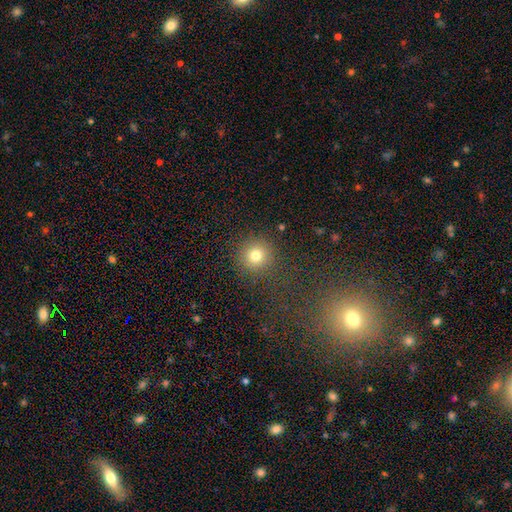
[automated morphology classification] Q: Smooth or featured?
A: smooth (78%); runner-up: star or artifact (15%)
Q: How rounded?
A: round (94%); runner-up: in between (5%)
Q: Merging?
A: none (87%); runner-up: minor disturbance (7%)